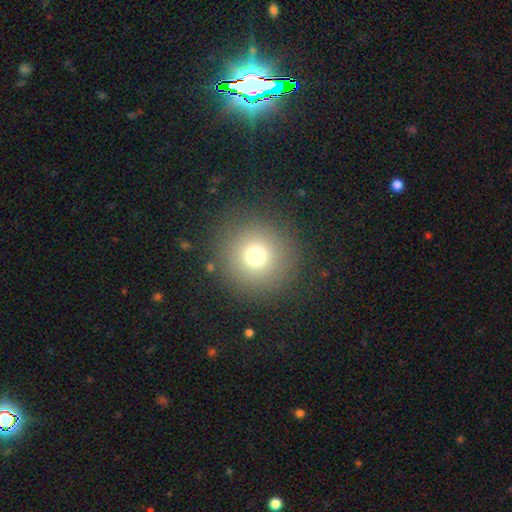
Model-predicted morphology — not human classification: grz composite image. It shows a smooth galaxy with no disk features (73%) that is round (96%). Merging: none (88%).